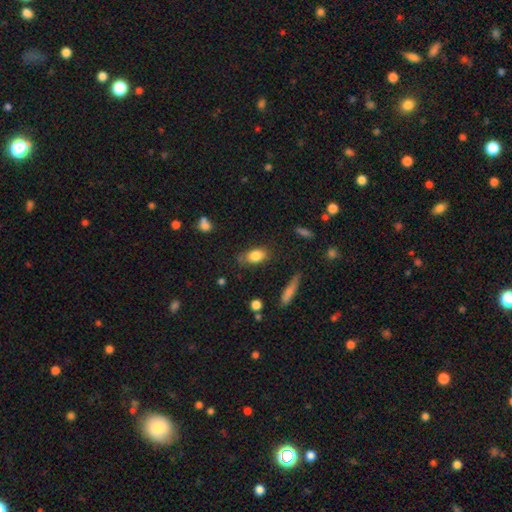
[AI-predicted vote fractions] smooth-or-featured: smooth: 83% | featured or disk: 9% | star or artifact: 8%
  how-rounded: in between: 84% | round: 9% | cigar-shaped: 7%
  merging: none: 67% | minor disturbance: 24% | major disturbance: 6% | merger: 3%